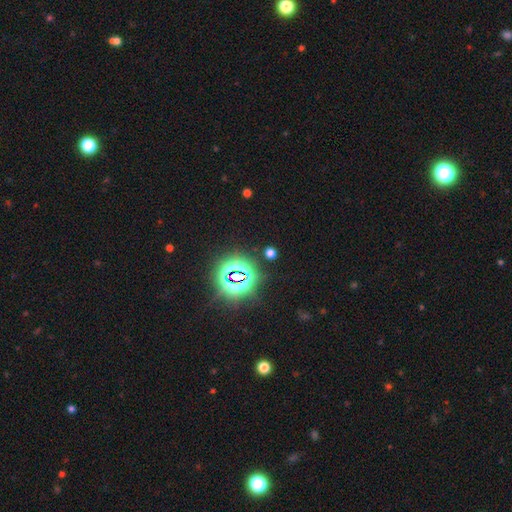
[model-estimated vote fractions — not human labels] A star or artifact, not a galaxy (83%).

Vote fractions:
- Smooth or featured? star or artifact: 83% / smooth: 11% / featured or disk: 6%